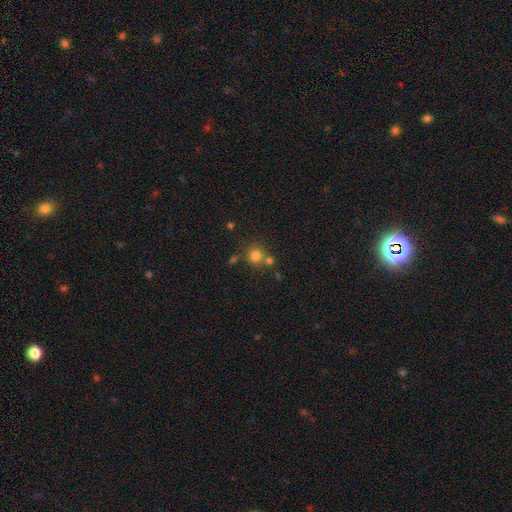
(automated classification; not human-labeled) Morphology: type=smooth (78%); roundness=round (90%); merging=none (63%).